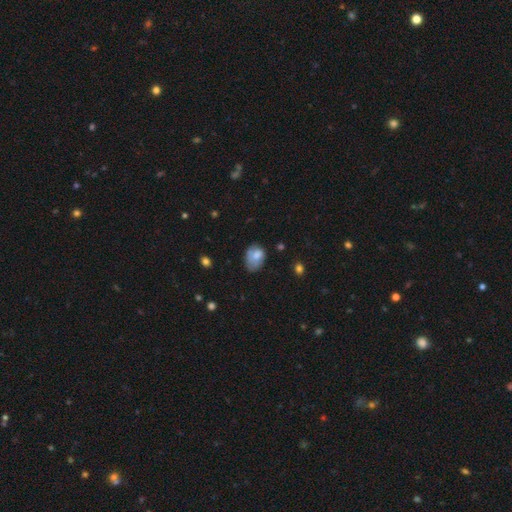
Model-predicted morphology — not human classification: The model was most divided on "merging": none: 43%, minor disturbance: 37%, major disturbance: 17%, merger: 3%. More confident: how rounded — in between (77%); smooth or featured — smooth (71%).